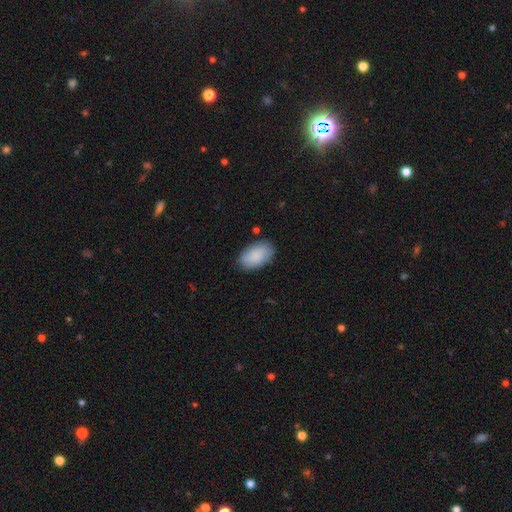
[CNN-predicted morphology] Overall: smooth (87%). How rounded: in between (93%). Merging: none (81%).